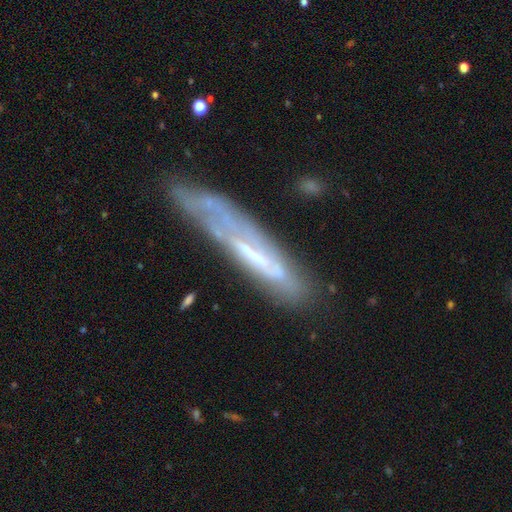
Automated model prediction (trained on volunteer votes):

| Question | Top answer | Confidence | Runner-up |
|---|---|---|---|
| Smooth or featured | featured or disk | 66% | smooth (26%) |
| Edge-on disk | yes | 59% | no (41%) |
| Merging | none | 58% | minor disturbance (25%) |